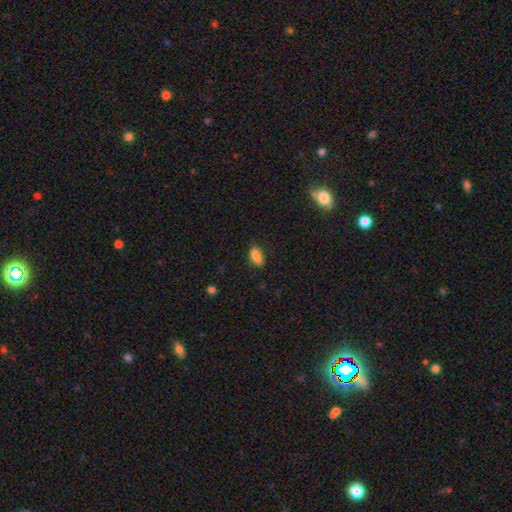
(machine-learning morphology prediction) Smooth or featured?
  - smooth: 86% *
  - star or artifact: 8%
  - featured or disk: 6%
How rounded?
  - in between: 90% *
  - cigar-shaped: 6%
  - round: 4%
Merging?
  - none: 79% *
  - minor disturbance: 17%
  - major disturbance: 3%
  - merger: 1%